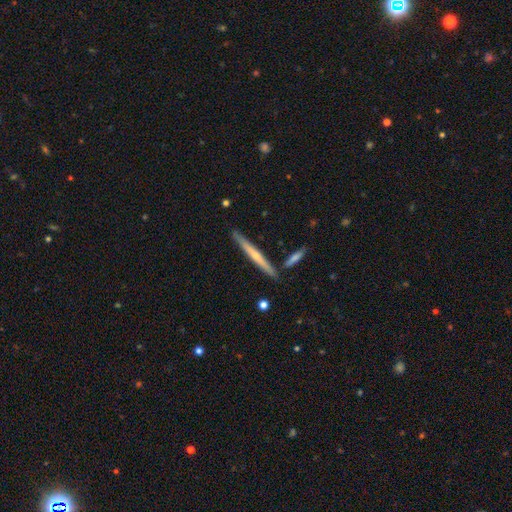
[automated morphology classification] A featured or disk galaxy (57%) viewed edge-on (96%) with a rounded central bulge (52%). Merging: none (85%).